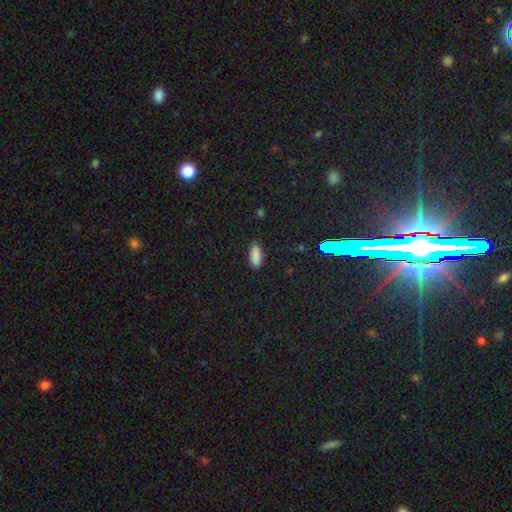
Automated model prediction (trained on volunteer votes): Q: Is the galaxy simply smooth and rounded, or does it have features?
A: smooth — 85%.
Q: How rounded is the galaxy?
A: in between — 77%.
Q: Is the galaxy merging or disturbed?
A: none — 83%.